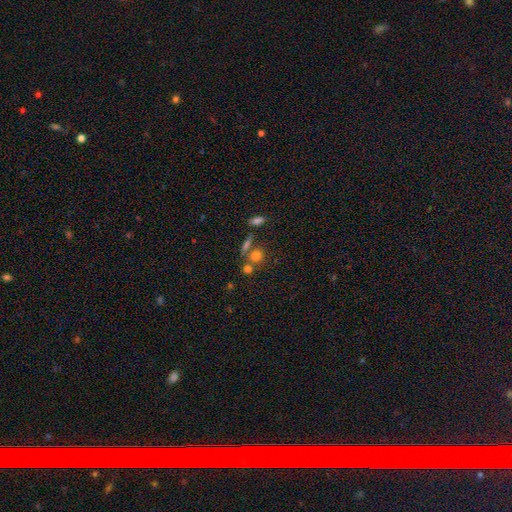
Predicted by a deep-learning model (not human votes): Smooth or featured? Predicted: smooth (p=0.73). How rounded? Predicted: round (p=0.74). Merging? Predicted: none (p=0.55).